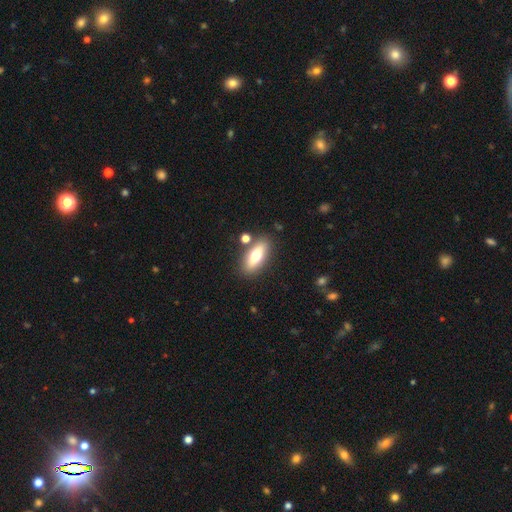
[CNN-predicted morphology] smooth-or-featured: smooth: 65% | featured or disk: 28% | star or artifact: 7%
  how-rounded: in between: 68% | cigar-shaped: 29% | round: 3%
  merging: none: 81% | minor disturbance: 10% | merger: 7% | major disturbance: 3%